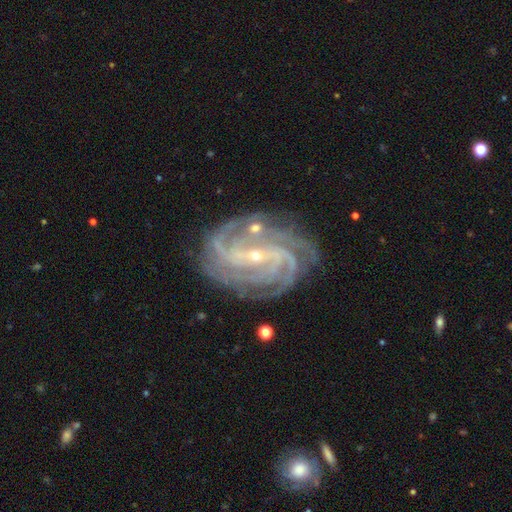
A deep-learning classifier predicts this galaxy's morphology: This appears to be a featured or disk galaxy (93%) with a strong bar (38%), 4 (40%) tight (64%) spiral arms (99%) and a small central bulge (82%). Merging: none (77%).